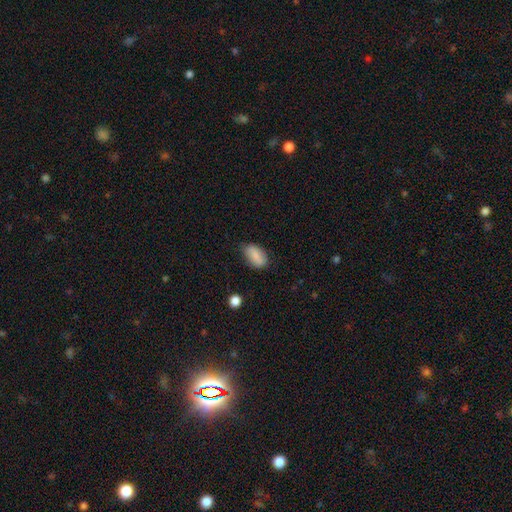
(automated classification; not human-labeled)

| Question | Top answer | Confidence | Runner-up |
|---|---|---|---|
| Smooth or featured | smooth | 83% | featured or disk (10%) |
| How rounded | in between | 91% | round (6%) |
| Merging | none | 69% | minor disturbance (25%) |